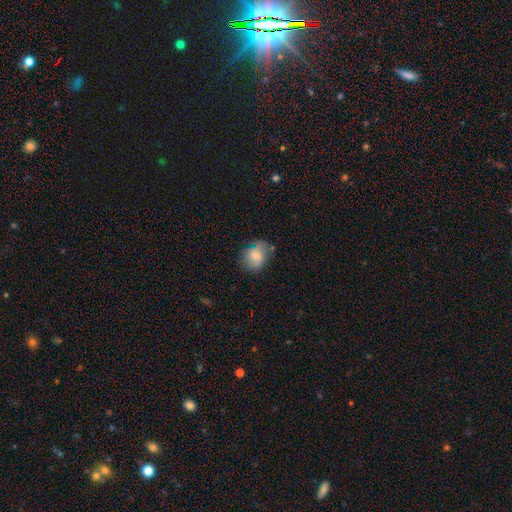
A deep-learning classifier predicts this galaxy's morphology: smooth-or-featured: smooth: 72% | featured or disk: 19% | star or artifact: 9%
  how-rounded: round: 50% | in between: 49% | cigar-shaped: 1%
  merging: none: 62% | minor disturbance: 27% | major disturbance: 9% | merger: 3%